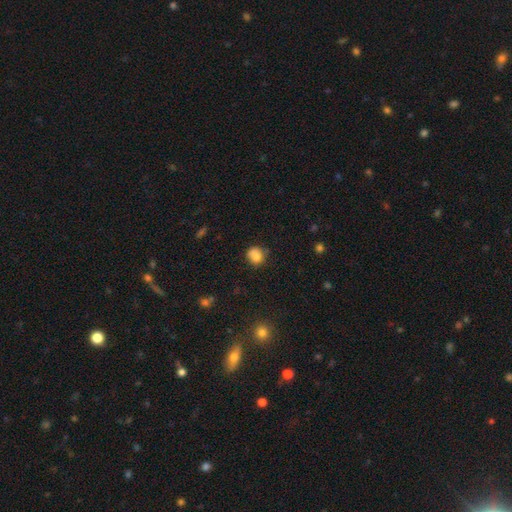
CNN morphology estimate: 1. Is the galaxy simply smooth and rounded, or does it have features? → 77% smooth, 12% featured or disk, 11% star or artifact.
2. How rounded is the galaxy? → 79% round, 20% in between, 1% cigar-shaped.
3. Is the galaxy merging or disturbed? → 56% none, 24% minor disturbance, 12% merger, 7% major disturbance.